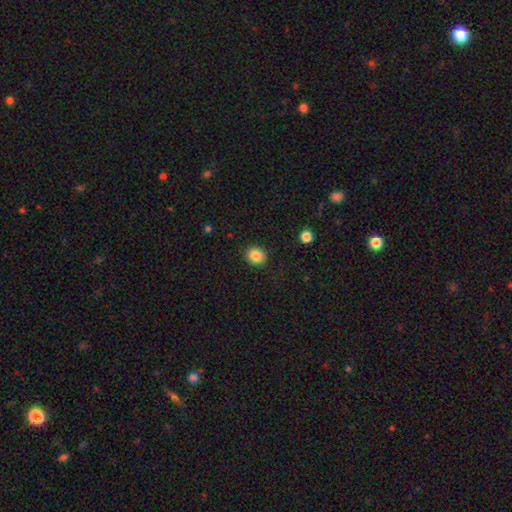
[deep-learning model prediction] The model was most divided on "how rounded": round: 81%, in between: 18%, cigar-shaped: 1%. More confident: merging — none (90%); smooth or featured — smooth (85%).